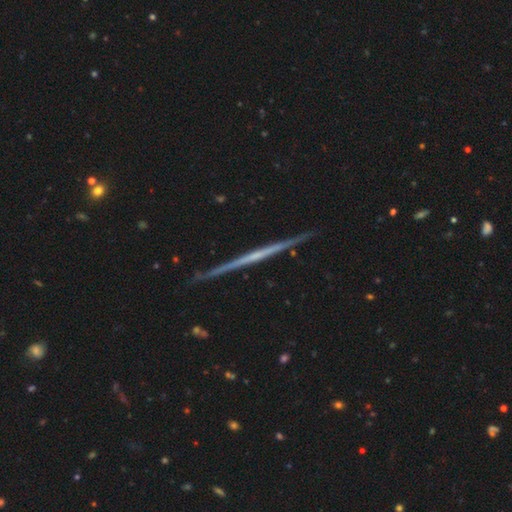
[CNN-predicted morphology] A featured or disk galaxy (77%) viewed edge-on (98%) with no central bulge (74%).

Vote fractions:
- Smooth or featured? featured or disk: 77% / smooth: 17% / star or artifact: 6%
- Edge-on disk? yes: 98% / no: 2%
- Edge-on bulge? none: 74% / rounded: 19% / boxy: 7%
- Merging? none: 91% / minor disturbance: 7% / major disturbance: 1% / merger: 1%